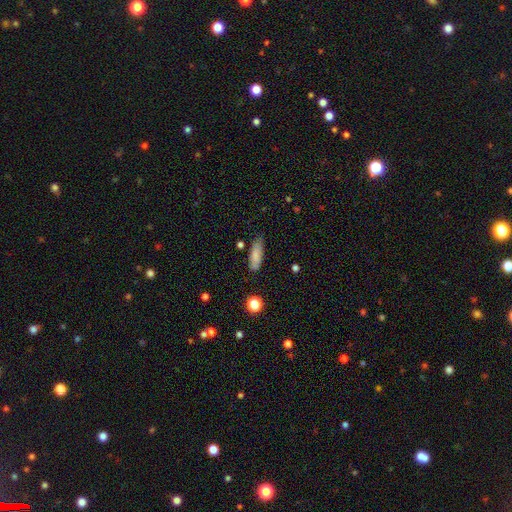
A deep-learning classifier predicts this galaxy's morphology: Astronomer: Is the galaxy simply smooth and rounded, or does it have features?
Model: smooth — 83%.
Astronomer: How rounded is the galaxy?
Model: in between — 59% (runner-up: cigar-shaped, 39%).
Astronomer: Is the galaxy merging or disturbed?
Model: none — 73%.